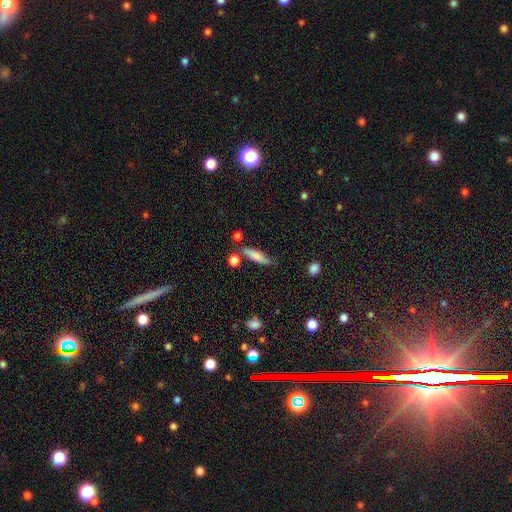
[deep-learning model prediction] smooth 77%, featured or disk 16%, star or artifact 7%. Down the decision tree: how rounded — cigar-shaped (69%); merging — none (63%).